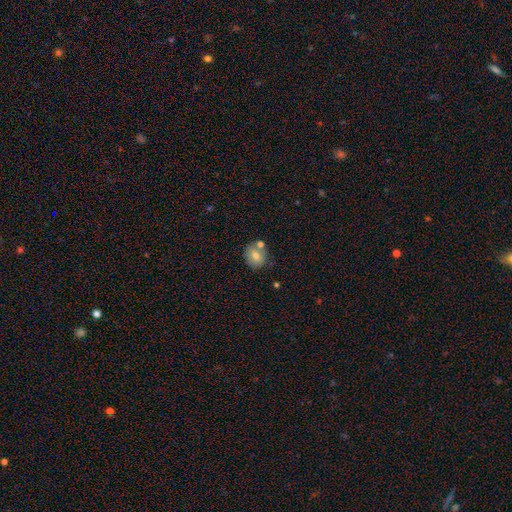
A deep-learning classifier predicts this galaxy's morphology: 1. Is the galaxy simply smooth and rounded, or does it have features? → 73% smooth, 18% featured or disk, 9% star or artifact.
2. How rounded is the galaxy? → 71% round, 28% in between, 1% cigar-shaped.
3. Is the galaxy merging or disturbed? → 66% none, 18% merger, 13% minor disturbance, 3% major disturbance.